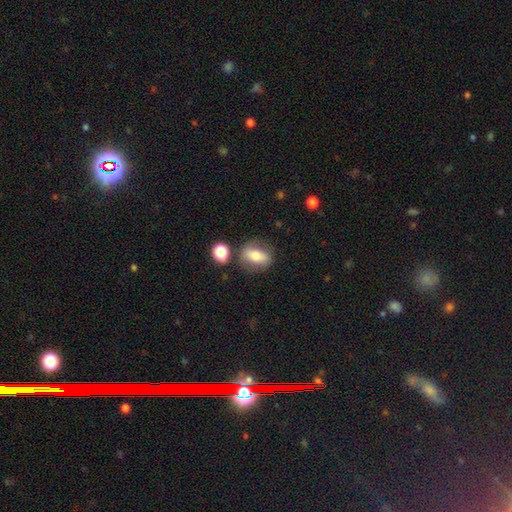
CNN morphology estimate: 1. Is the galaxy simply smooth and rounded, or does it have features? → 62% smooth, 29% featured or disk, 9% star or artifact.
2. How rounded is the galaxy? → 67% in between, 27% round, 6% cigar-shaped.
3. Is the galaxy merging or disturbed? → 71% none, 15% minor disturbance, 8% merger, 6% major disturbance.